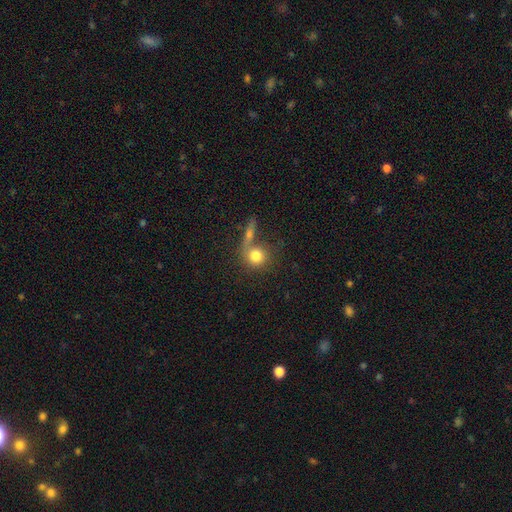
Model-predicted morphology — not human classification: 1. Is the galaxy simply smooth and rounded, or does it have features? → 77% smooth, 14% featured or disk, 9% star or artifact.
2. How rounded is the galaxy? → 84% round, 14% in between, 2% cigar-shaped.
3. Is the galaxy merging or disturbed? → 46% none, 35% merger, 11% minor disturbance, 8% major disturbance.